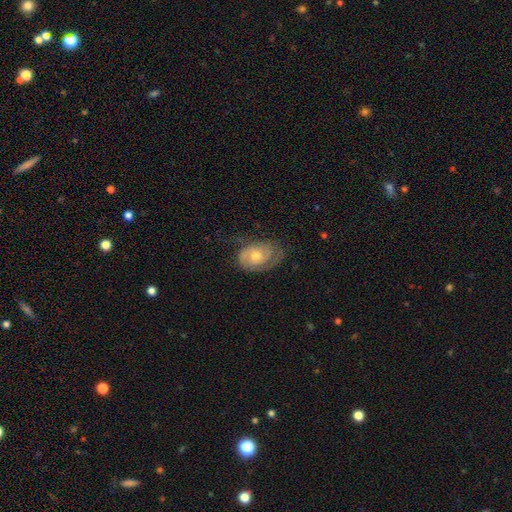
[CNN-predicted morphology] This is likely a featured or disk galaxy (71%). It is clearly not viewed edge-on (96%). Bar: likely no (77%). Spiral arm pattern: clearly yes (88%). Spiral arm count: possibly 2 (51%). Spiral winding: possibly tight (56%). Central bulge: possibly moderate (58%). Merging: likely none (61%).